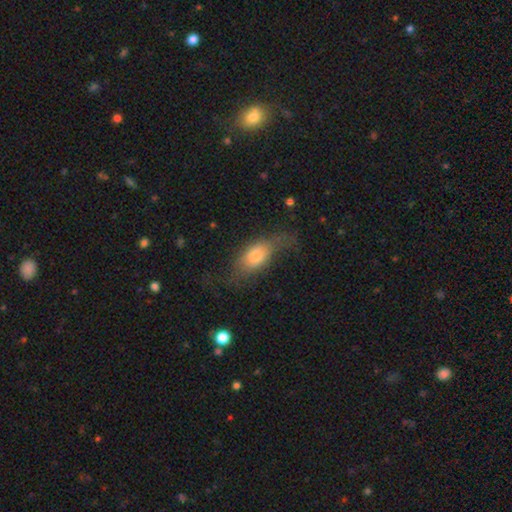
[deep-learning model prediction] Morphology: type=smooth (66%); roundness=in between (80%); merging=none (46%).